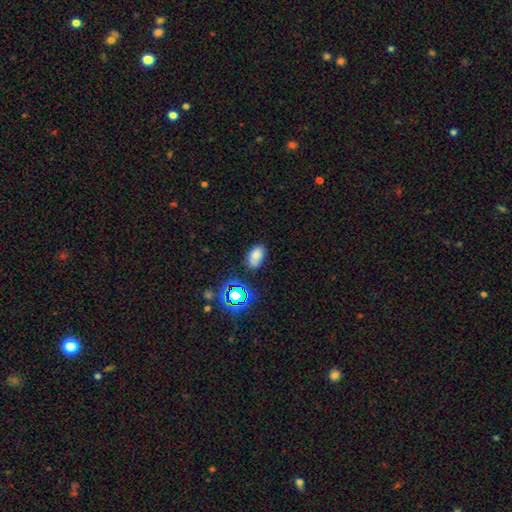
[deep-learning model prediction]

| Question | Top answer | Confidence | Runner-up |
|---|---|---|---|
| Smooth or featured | smooth | 75% | star or artifact (17%) |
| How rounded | in between | 91% | round (8%) |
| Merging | none | 75% | minor disturbance (17%) |